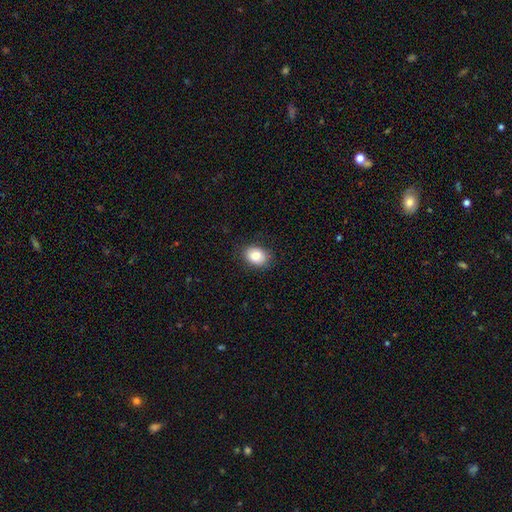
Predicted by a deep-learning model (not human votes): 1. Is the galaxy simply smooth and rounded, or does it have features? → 86% smooth, 8% star or artifact, 6% featured or disk.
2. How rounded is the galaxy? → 69% in between, 30% round, 1% cigar-shaped.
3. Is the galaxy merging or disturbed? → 85% none, 11% minor disturbance, 3% major disturbance, 1% merger.